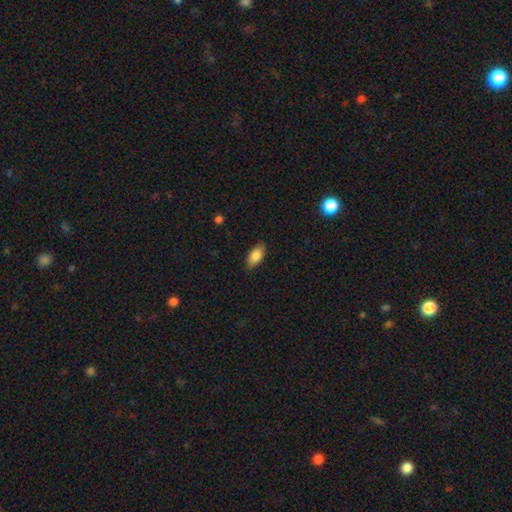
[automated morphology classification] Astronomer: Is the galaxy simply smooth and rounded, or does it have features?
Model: smooth — 85%.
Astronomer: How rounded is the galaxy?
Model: in between — 91%.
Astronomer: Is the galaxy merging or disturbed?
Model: none — 86%.